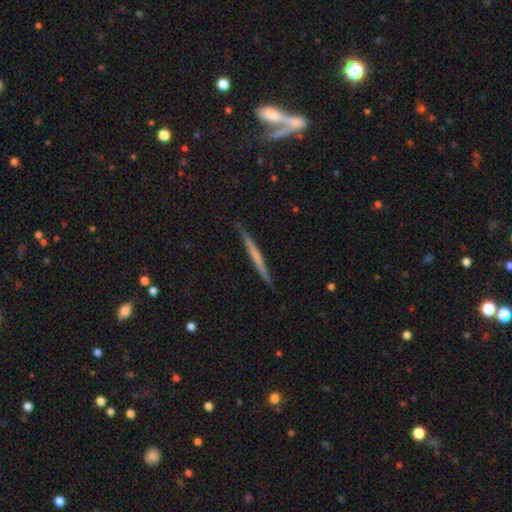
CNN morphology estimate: Q: Smooth or featured?
A: smooth (48%); runner-up: featured or disk (46%)
Q: Merging?
A: none (89%); runner-up: minor disturbance (8%)